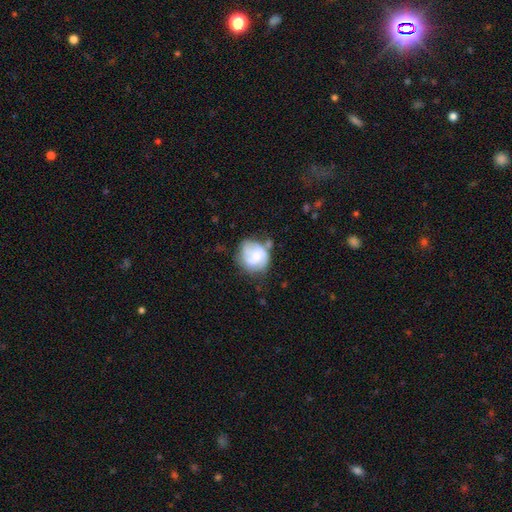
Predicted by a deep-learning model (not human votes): Morphology: type=featured or disk (51%); edge-on=no (98%); merging=none (47%).